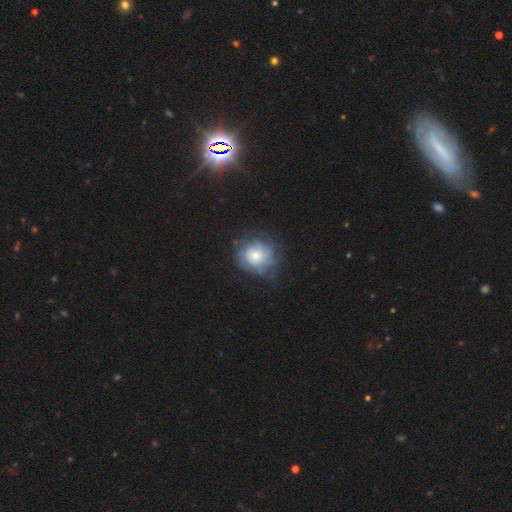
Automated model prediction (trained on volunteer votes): A featured or disk galaxy (54%) with no bar (80%), spiral arms (75%) and a moderate central bulge (48%). Merging: none (65%).